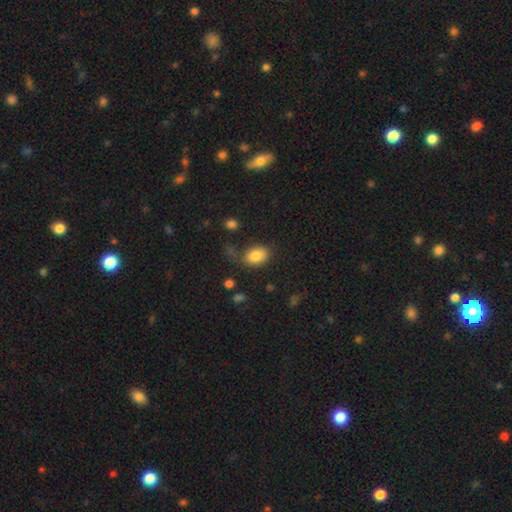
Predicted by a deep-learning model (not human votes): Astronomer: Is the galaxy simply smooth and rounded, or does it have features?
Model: smooth — 83%.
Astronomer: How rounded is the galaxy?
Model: in between — 76%.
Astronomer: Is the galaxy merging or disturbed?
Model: none — 66%.